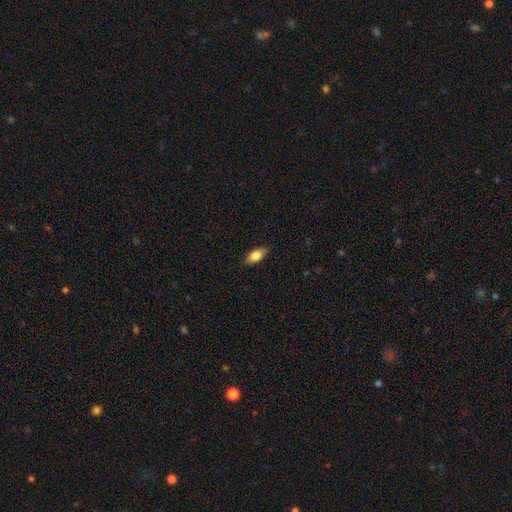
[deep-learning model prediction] A smooth galaxy with no disk features (79%) that is in between round and cigar-shaped (85%).

Vote fractions:
- Smooth or featured? smooth: 79% / featured or disk: 14% / star or artifact: 7%
- How rounded? in between: 85% / cigar-shaped: 12% / round: 3%
- Merging? none: 87% / minor disturbance: 10% / major disturbance: 2% / merger: 1%